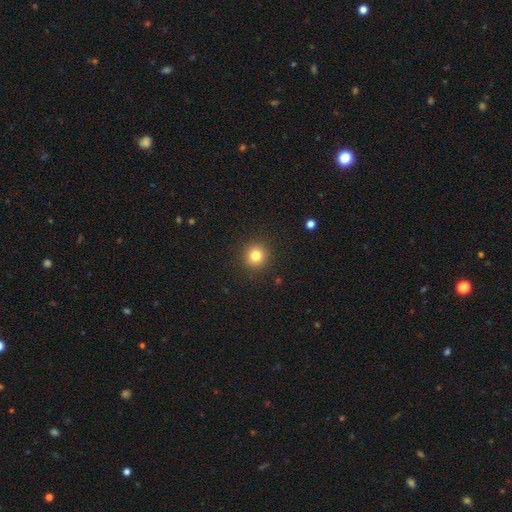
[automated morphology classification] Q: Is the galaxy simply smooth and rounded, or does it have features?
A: smooth — 81%.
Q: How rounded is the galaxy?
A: round — 92%.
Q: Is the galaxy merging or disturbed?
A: none — 91%.